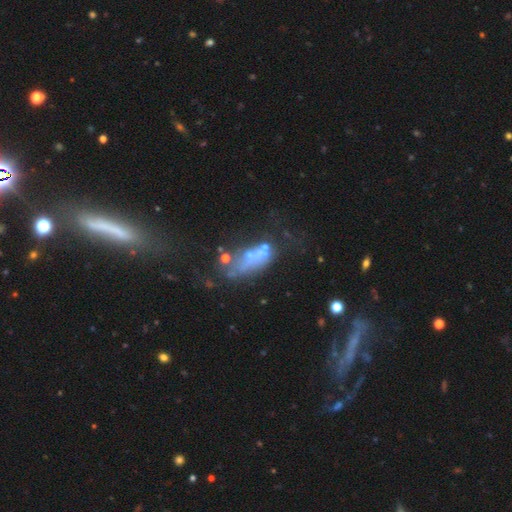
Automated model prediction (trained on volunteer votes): Smooth or featured? Predicted: featured or disk (p=0.50). Edge-on disk? Predicted: no (p=0.88). Merging? Predicted: major disturbance (p=0.31).